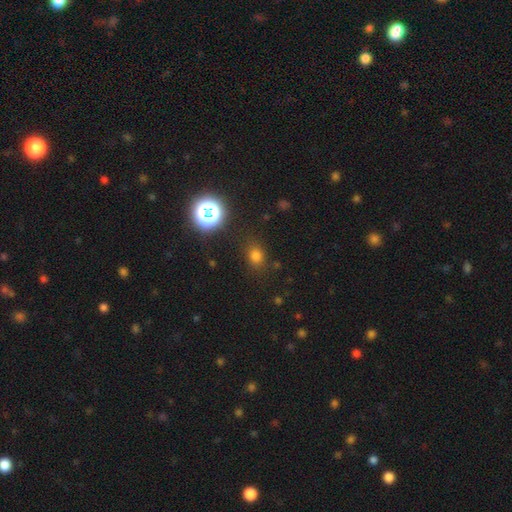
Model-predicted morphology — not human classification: Smooth or featured?
  - smooth: 72% *
  - star or artifact: 22%
  - featured or disk: 5%
How rounded?
  - round: 66% *
  - in between: 33%
  - cigar-shaped: 1%
Merging?
  - none: 83% *
  - minor disturbance: 11%
  - major disturbance: 4%
  - merger: 2%